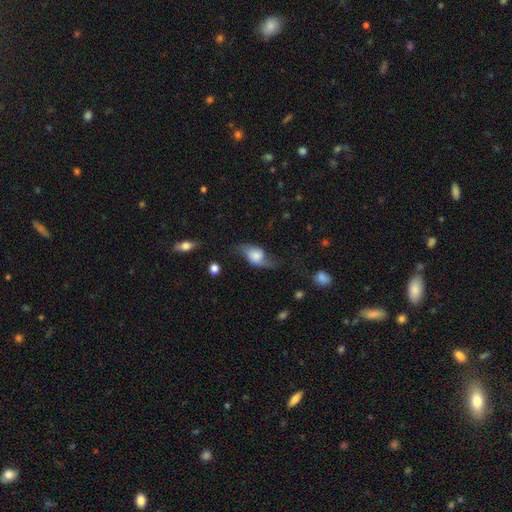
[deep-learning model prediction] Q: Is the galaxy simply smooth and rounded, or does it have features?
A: featured or disk — 50%.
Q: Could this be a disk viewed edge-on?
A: no — 84%.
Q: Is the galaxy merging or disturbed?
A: none — 48%.